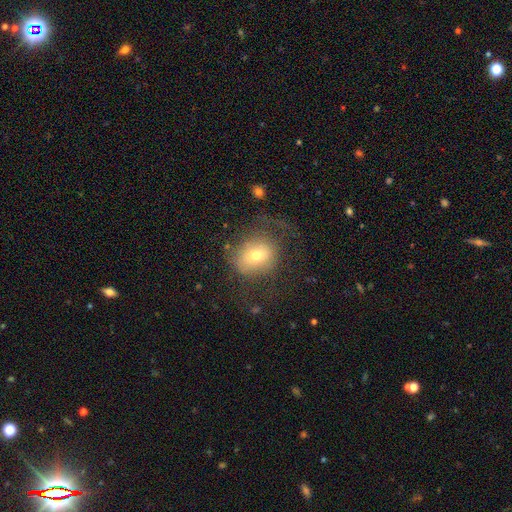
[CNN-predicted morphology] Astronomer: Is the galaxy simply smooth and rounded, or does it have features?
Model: smooth — 61%.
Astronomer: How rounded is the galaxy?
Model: round — 65%.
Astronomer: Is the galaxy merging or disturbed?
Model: none — 49% (runner-up: major disturbance, 30%).